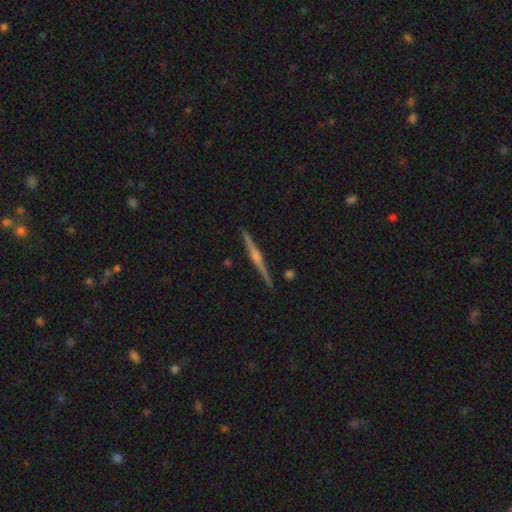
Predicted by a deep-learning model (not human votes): featured or disk 74%, smooth 17%, star or artifact 10%. Down the decision tree: edge-on disk — yes (97%); edge-on bulge — rounded (75%); merging — none (89%).